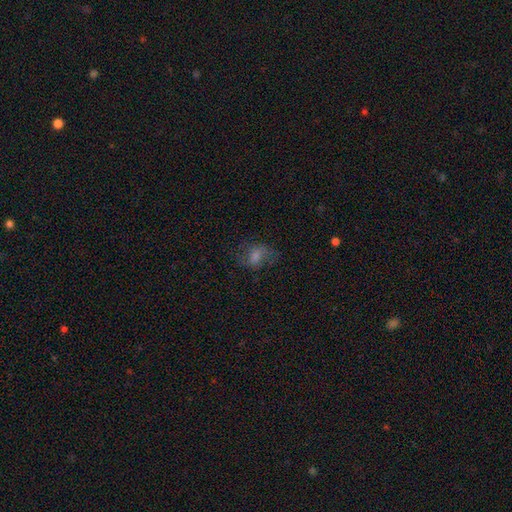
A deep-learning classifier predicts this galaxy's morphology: A smooth galaxy with no disk features (47%). Merging: none (63%).